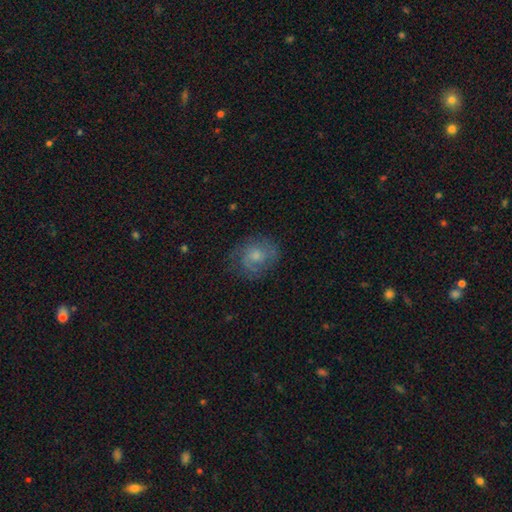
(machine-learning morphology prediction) Q: Smooth or featured?
A: featured or disk (55%); runner-up: smooth (36%)
Q: Edge-on disk?
A: no (97%); runner-up: yes (3%)
Q: Bar?
A: no (70%); runner-up: weak (26%)
Q: Spiral arms?
A: yes (82%); runner-up: no (18%)
Q: Bulge size?
A: moderate (49%); runner-up: small (37%)
Q: Merging?
A: none (69%); runner-up: minor disturbance (20%)